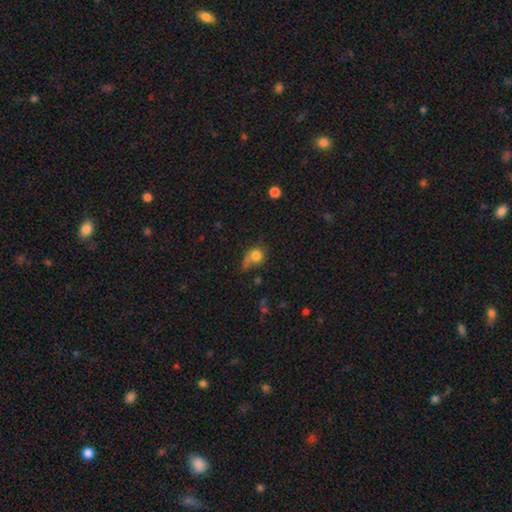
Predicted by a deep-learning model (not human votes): Smooth or featured? smooth (77%)
How rounded? round (73%)
Merging? none (40%)